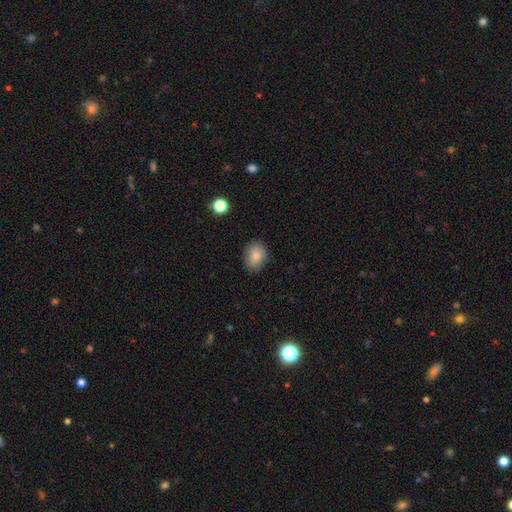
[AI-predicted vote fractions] smooth_or_featured: smooth (p=0.84) [alt: star or artifact p=0.09]
how_rounded: in between (p=0.65) [alt: round p=0.34]
merging: none (p=0.84) [alt: minor disturbance p=0.12]